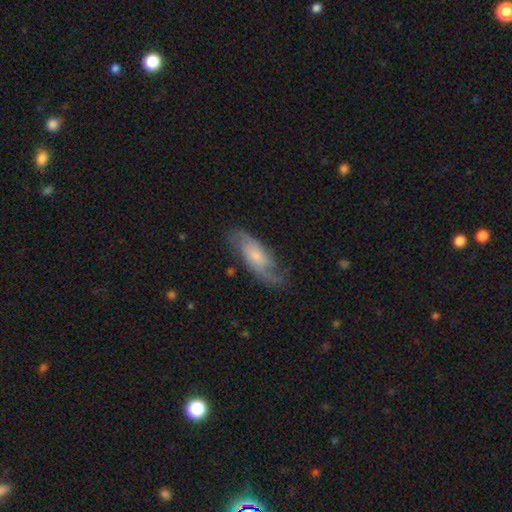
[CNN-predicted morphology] Smooth or featured? featured or disk (72%)
Edge-on disk? no (90%)
Bar? no (65%)
Spiral arms? yes (94%)
Spiral winding? medium (43%)
Spiral arm count? 2 (78%)
Bulge size? small (50%)
Merging? none (71%)